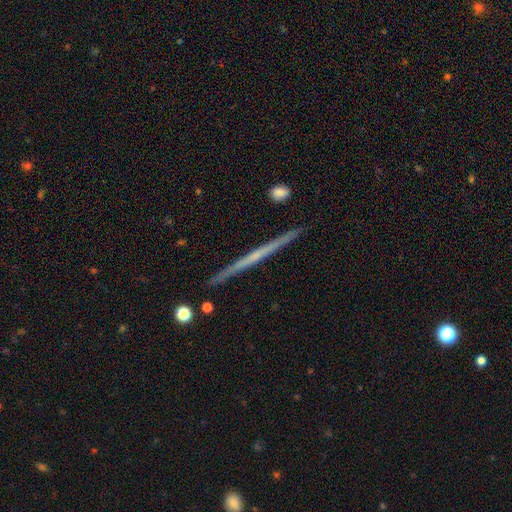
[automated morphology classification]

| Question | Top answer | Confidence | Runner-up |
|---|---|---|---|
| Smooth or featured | featured or disk | 68% | smooth (26%) |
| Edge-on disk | yes | 98% | no (2%) |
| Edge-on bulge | none | 80% | rounded (15%) |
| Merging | none | 92% | minor disturbance (5%) |